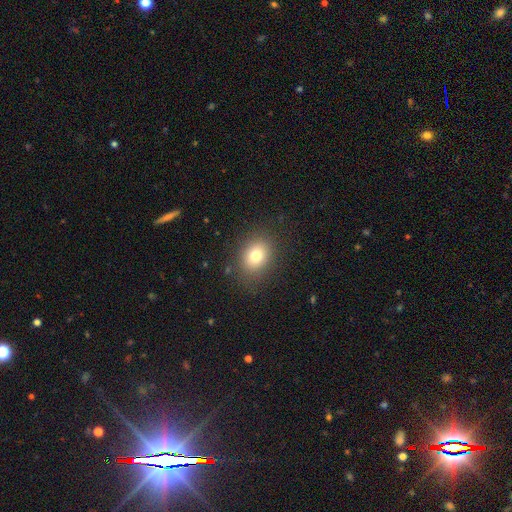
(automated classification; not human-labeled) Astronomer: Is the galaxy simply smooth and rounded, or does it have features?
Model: smooth — 78%.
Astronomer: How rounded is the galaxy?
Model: in between — 52% (runner-up: round, 47%).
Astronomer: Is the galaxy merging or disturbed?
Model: none — 84%.